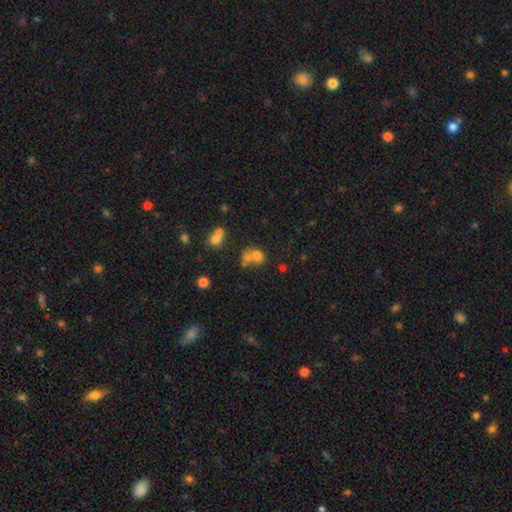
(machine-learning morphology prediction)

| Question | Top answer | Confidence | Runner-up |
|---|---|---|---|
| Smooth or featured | smooth | 66% | featured or disk (18%) |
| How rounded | round | 61% | in between (38%) |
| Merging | merger | 52% | none (31%) |